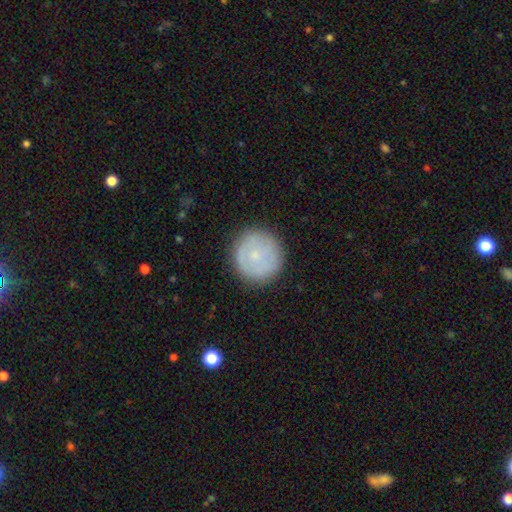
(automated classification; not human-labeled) Overall: smooth (64%; featured or disk 28%). How rounded: round (95%). Merging: none (88%).